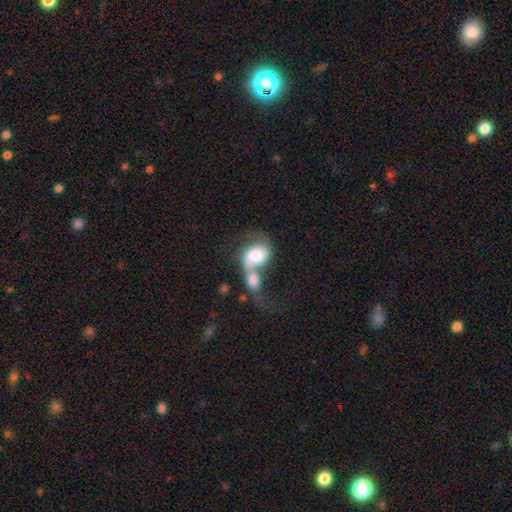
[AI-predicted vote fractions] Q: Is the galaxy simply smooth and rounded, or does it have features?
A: smooth — 51%.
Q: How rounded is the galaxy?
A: in between — 66%.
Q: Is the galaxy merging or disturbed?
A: merger — 76%.